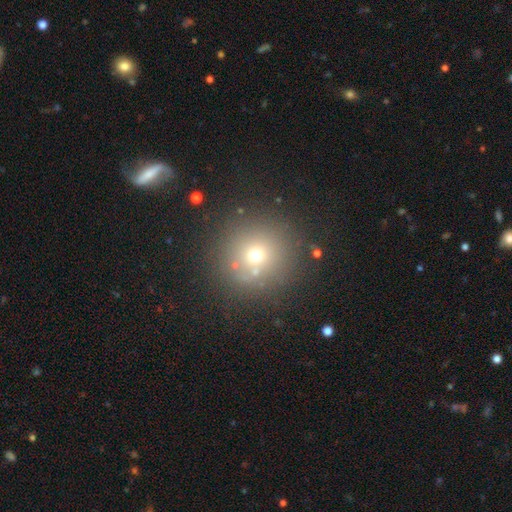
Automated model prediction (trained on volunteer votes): Q: Smooth or featured?
A: smooth (64%); runner-up: star or artifact (22%)
Q: How rounded?
A: round (94%); runner-up: in between (5%)
Q: Merging?
A: none (80%); runner-up: minor disturbance (9%)